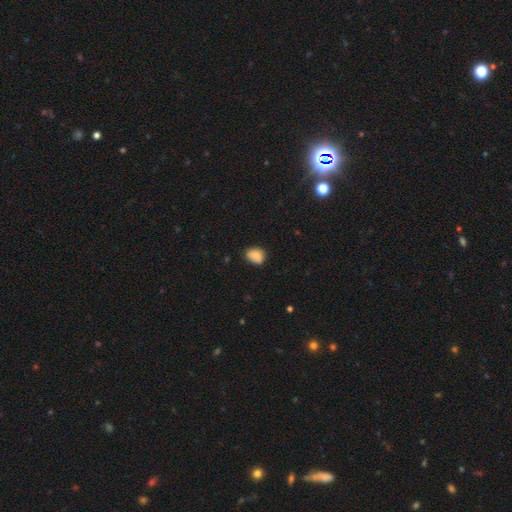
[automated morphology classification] smooth_or_featured: smooth (p=0.83) [alt: star or artifact p=0.09]
how_rounded: in between (p=0.57) [alt: round p=0.42]
merging: none (p=0.69) [alt: minor disturbance p=0.26]